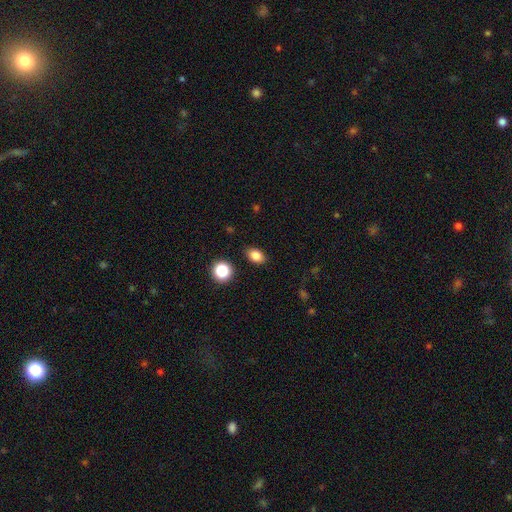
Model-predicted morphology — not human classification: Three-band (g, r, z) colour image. It shows a smooth galaxy with no disk features (83%) that is in between round and cigar-shaped (80%). Merging: none (87%).